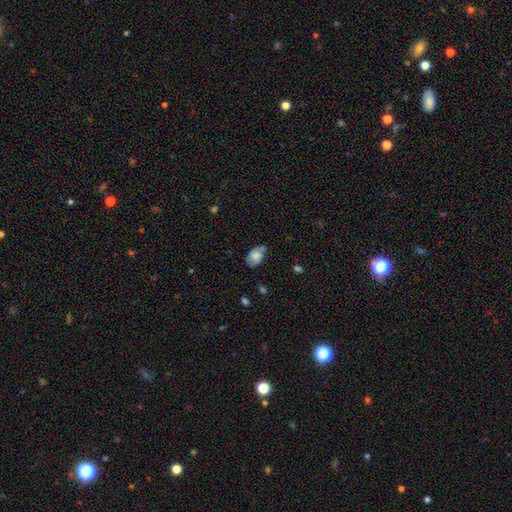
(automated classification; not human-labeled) This is likely a smooth galaxy (69%). How rounded: clearly in between (89%). Merging: likely none (61%).